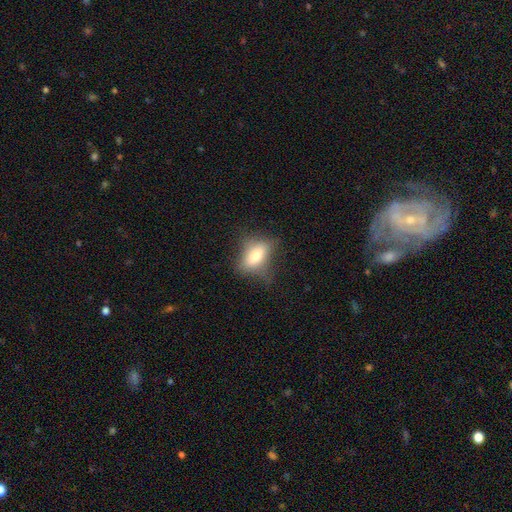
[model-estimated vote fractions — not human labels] Smooth or featured? Predicted: smooth (p=0.67). How rounded? Predicted: in between (p=0.79). Merging? Predicted: none (p=0.59).